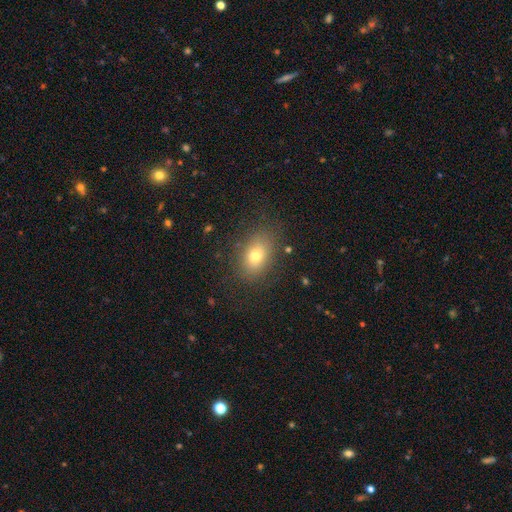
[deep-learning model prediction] smooth-or-featured: smooth: 74% | featured or disk: 14% | star or artifact: 12%
  how-rounded: in between: 76% | round: 22% | cigar-shaped: 2%
  merging: none: 81% | minor disturbance: 12% | major disturbance: 5% | merger: 1%